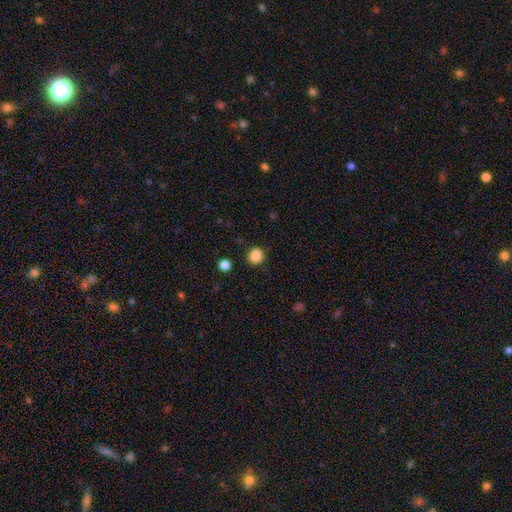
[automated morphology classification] Smooth or featured?
  - smooth: 87% *
  - star or artifact: 11%
  - featured or disk: 3%
How rounded?
  - round: 87% *
  - in between: 12%
  - cigar-shaped: 1%
Merging?
  - none: 90% *
  - minor disturbance: 7%
  - major disturbance: 2%
  - merger: 2%